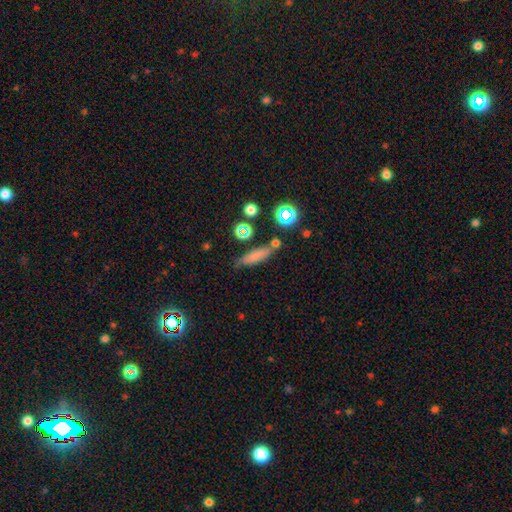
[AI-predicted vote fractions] smooth-or-featured: smooth: 71% | featured or disk: 14% | star or artifact: 14%
  how-rounded: cigar-shaped: 63% | in between: 31% | round: 6%
  merging: none: 70% | minor disturbance: 17% | merger: 9% | major disturbance: 5%